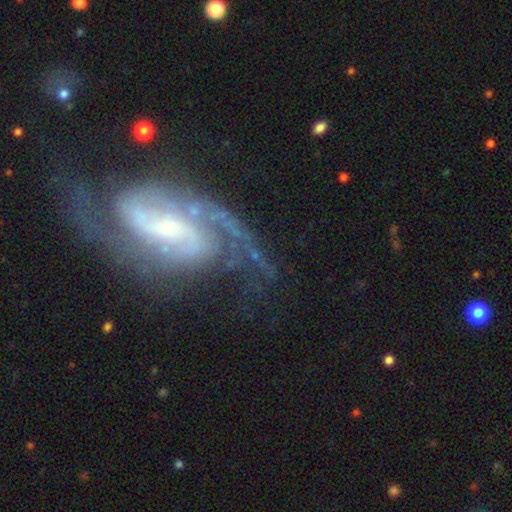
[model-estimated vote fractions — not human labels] featured or disk 87%, star or artifact 6%, smooth 6%. Down the decision tree: edge-on disk — no (95%); bar — weak (47%); spiral arms — yes (96%); spiral arm count — 2 (67%); spiral winding — medium (47%); bulge size — small (55%); merging — none (56%).